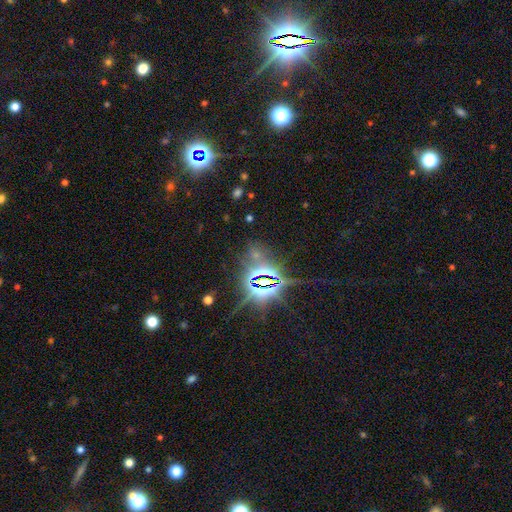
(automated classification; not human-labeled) Morphology: type=star or artifact (81%).